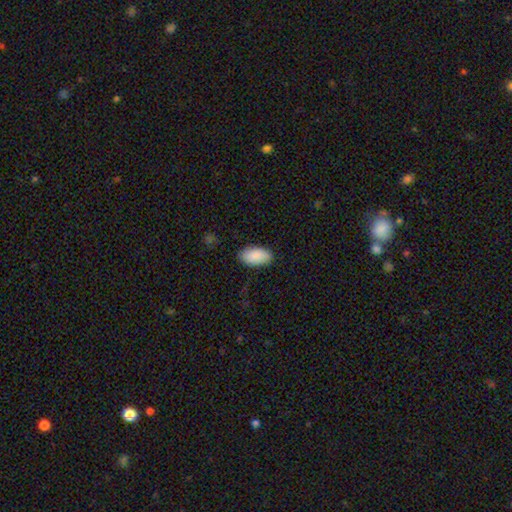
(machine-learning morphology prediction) Overall: smooth (90%). How rounded: in between (95%). Merging: none (87%).